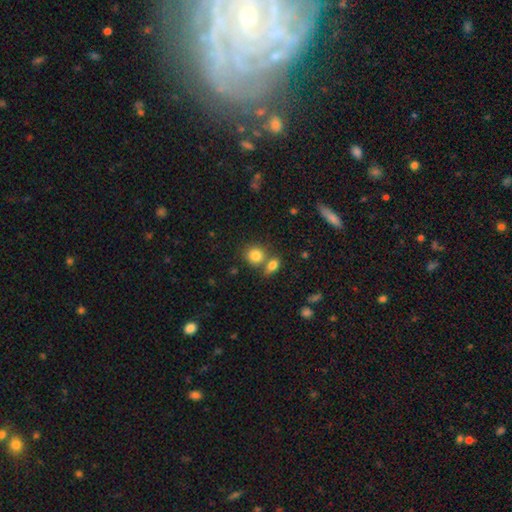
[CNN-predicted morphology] Smooth or featured? Predicted: smooth (p=0.82). How rounded? Predicted: round (p=0.76). Merging? Predicted: none (p=0.52).